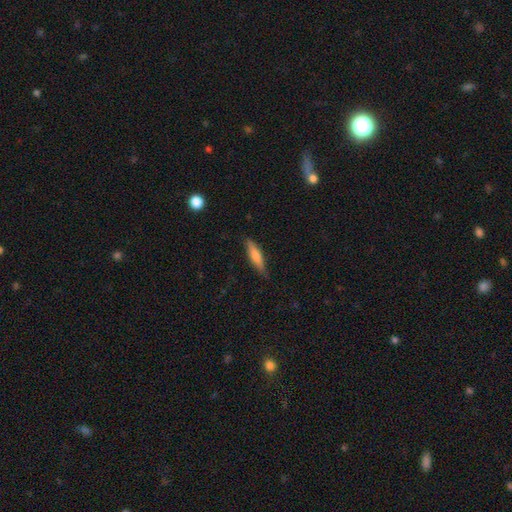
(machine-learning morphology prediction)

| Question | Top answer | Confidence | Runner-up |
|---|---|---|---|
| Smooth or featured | smooth | 66% | featured or disk (28%) |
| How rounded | cigar-shaped | 77% | in between (21%) |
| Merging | none | 83% | minor disturbance (14%) |